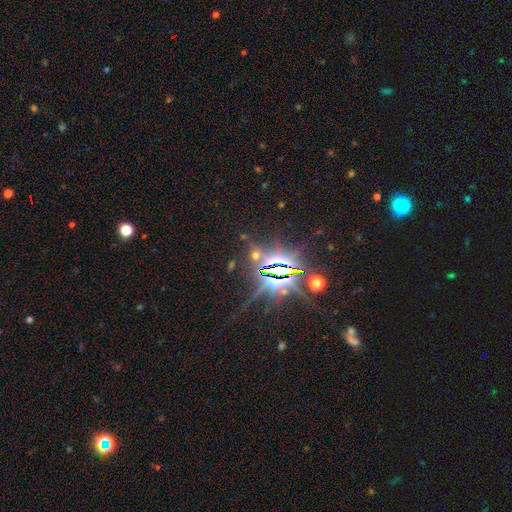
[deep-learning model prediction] Q: Smooth or featured?
A: star or artifact (79%); runner-up: smooth (11%)